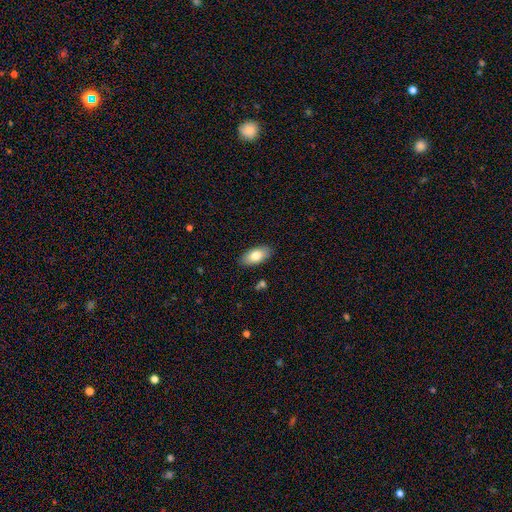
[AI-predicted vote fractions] Smooth or featured: smooth — 79% (featured or disk — 15%)
How rounded: in between — 91% (cigar-shaped — 6%)
Merging: none — 88% (minor disturbance — 9%)